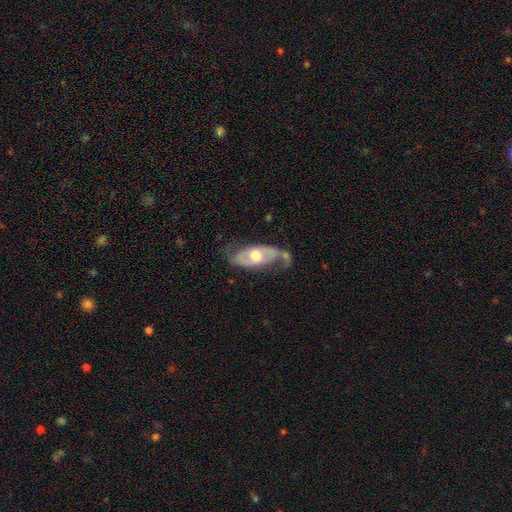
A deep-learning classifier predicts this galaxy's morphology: smooth-or-featured: featured or disk: 61% | smooth: 34% | star or artifact: 5%
  disk-edge-on: no: 86% | yes: 14%
    bar: no: 59% | weak: 31% | strong: 10%
    has-spiral-arms: yes: 62% | no: 38%
    bulge-size: moderate: 71% | large: 19% | small: 8% | dominant: 1% | none: 1%
  merging: none: 44% | minor disturbance: 26% | major disturbance: 20% | merger: 10%